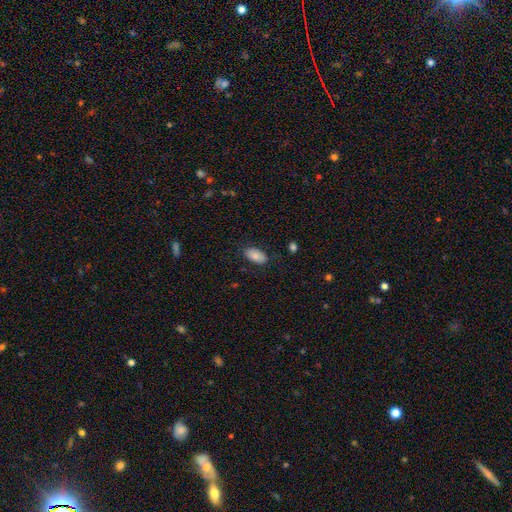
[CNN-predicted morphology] Q: Smooth or featured?
A: smooth (83%); runner-up: featured or disk (10%)
Q: How rounded?
A: in between (94%); runner-up: round (4%)
Q: Merging?
A: none (81%); runner-up: minor disturbance (14%)